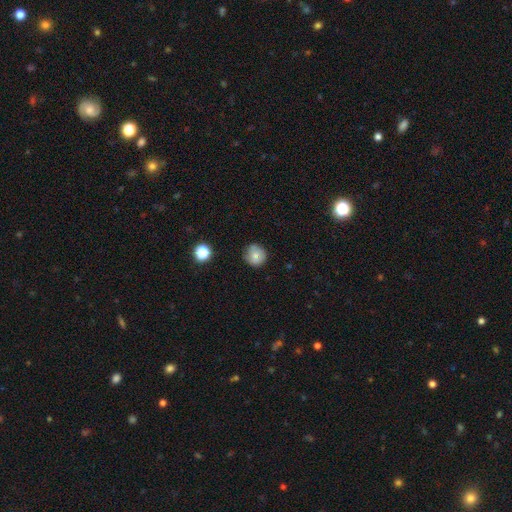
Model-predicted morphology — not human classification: The model was most divided on "smooth or featured": smooth: 71%, featured or disk: 18%, star or artifact: 11%. More confident: how rounded — round (91%); merging — none (77%).